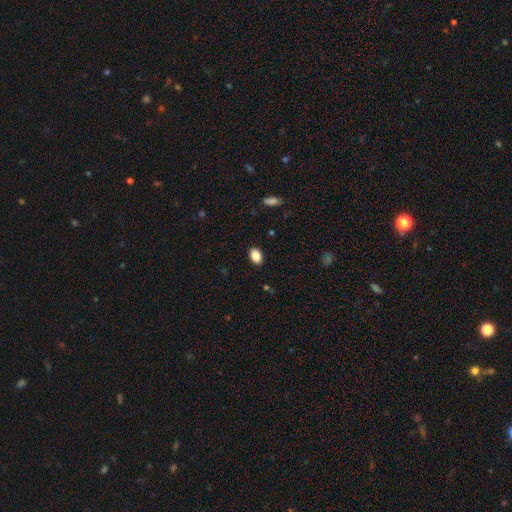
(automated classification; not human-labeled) This is clearly a smooth galaxy (87%). How rounded: clearly in between (84%). Merging: clearly none (89%).